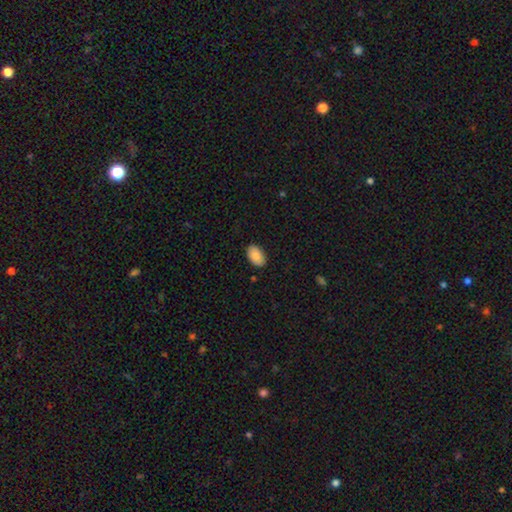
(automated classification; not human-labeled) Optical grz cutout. It shows a smooth galaxy with no disk features (88%) that is in between round and cigar-shaped (93%). Merging: none (87%).